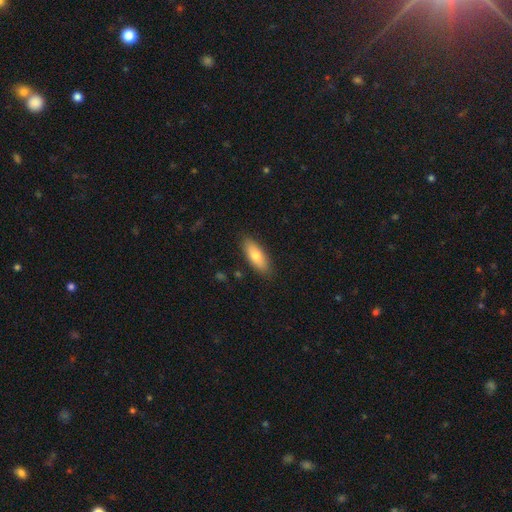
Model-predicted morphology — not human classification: This is likely a smooth galaxy (76%). How rounded: likely in between (70%). Merging: clearly none (87%).